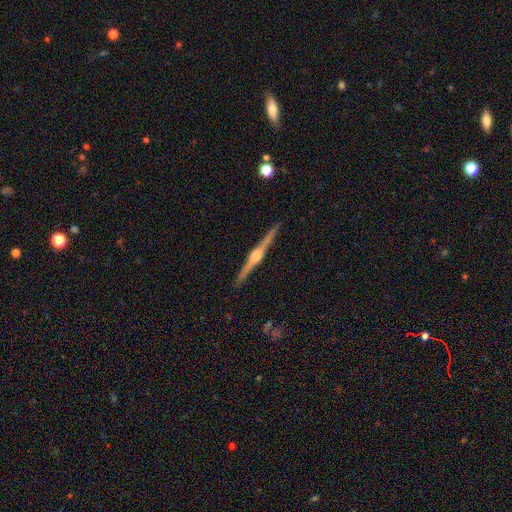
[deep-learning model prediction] This is clearly a featured or disk galaxy (87%). It is clearly viewed edge-on (99%). Edge-on bulge: clearly rounded (86%). Merging: clearly none (92%).